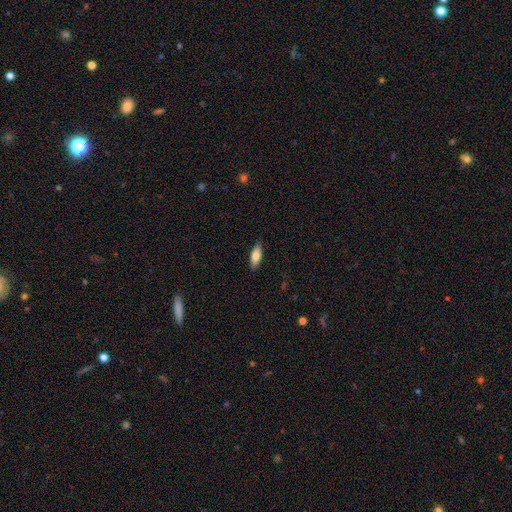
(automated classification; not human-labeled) Smooth or featured?
  - smooth: 76% *
  - featured or disk: 18%
  - star or artifact: 6%
How rounded?
  - in between: 67% *
  - cigar-shaped: 31%
  - round: 2%
Merging?
  - none: 88% *
  - minor disturbance: 9%
  - major disturbance: 2%
  - merger: 1%